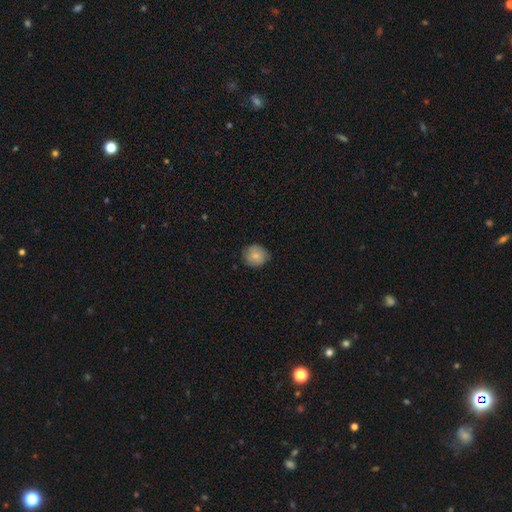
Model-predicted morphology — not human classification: smooth-or-featured: smooth: 80% | featured or disk: 13% | star or artifact: 8%
  how-rounded: round: 84% | in between: 15% | cigar-shaped: 1%
  merging: none: 79% | minor disturbance: 17% | major disturbance: 3% | merger: 1%